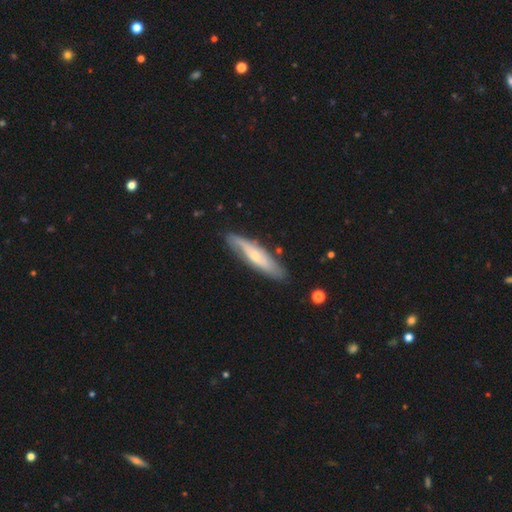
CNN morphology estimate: Smooth or featured? Predicted: featured or disk (p=0.57). Edge-on disk? Predicted: yes (p=0.57). Merging? Predicted: none (p=0.79).